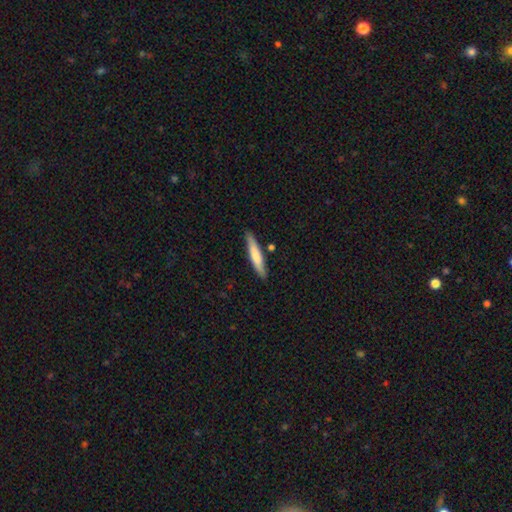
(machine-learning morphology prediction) smooth_or_featured: smooth (p=0.69) [alt: featured or disk p=0.26]
how_rounded: cigar-shaped (p=0.91) [alt: in between p=0.08]
merging: none (p=0.84) [alt: minor disturbance p=0.11]